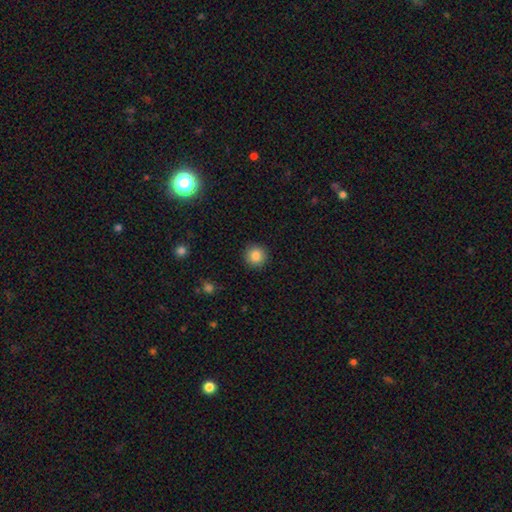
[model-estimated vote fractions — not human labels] smooth 86%, star or artifact 9%, featured or disk 5%. Down the decision tree: how rounded — round (94%); merging — none (91%).